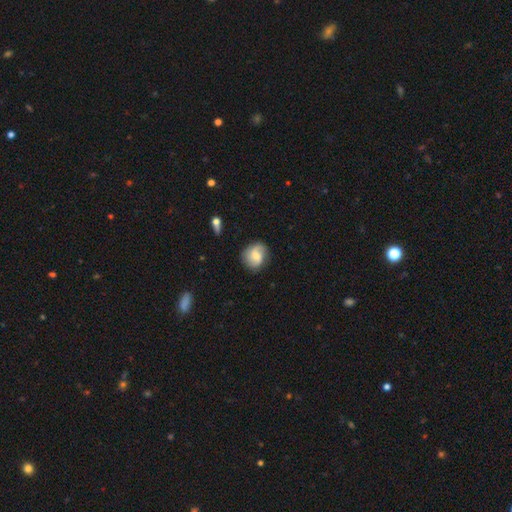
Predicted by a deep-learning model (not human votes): smooth_or_featured: smooth (p=0.47) [alt: featured or disk p=0.45]
merging: none (p=0.74) [alt: minor disturbance p=0.19]